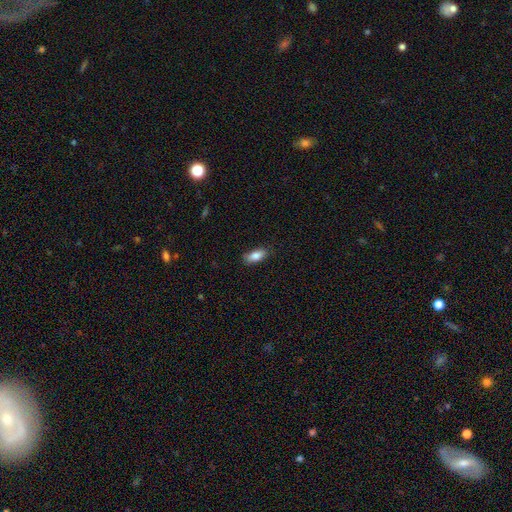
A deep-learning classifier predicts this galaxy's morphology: Q: Smooth or featured?
A: smooth (84%); runner-up: featured or disk (9%)
Q: How rounded?
A: in between (85%); runner-up: cigar-shaped (13%)
Q: Merging?
A: none (84%); runner-up: minor disturbance (13%)